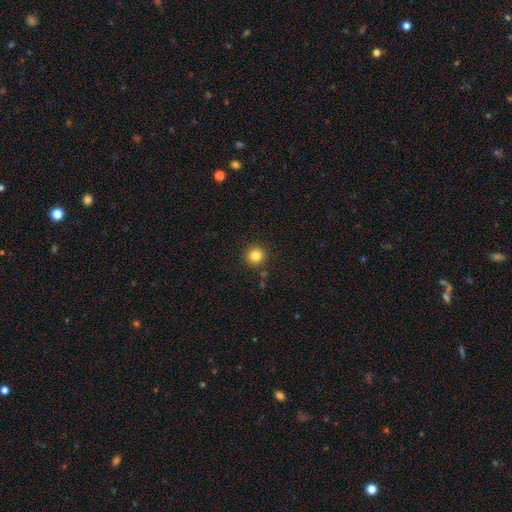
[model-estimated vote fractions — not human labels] Q: Smooth or featured?
A: smooth (83%); runner-up: star or artifact (12%)
Q: How rounded?
A: round (95%); runner-up: in between (4%)
Q: Merging?
A: none (89%); runner-up: minor disturbance (6%)